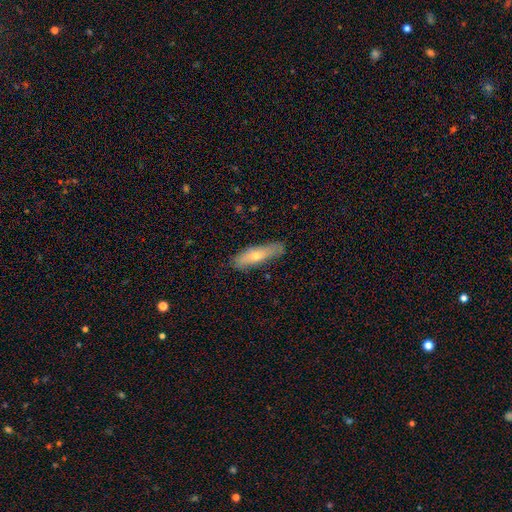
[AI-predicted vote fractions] Q: Smooth or featured?
A: smooth (56%); runner-up: featured or disk (37%)
Q: How rounded?
A: cigar-shaped (67%); runner-up: in between (30%)
Q: Merging?
A: none (80%); runner-up: minor disturbance (15%)